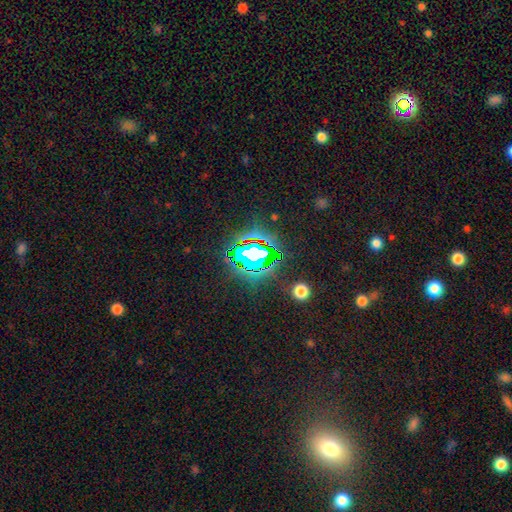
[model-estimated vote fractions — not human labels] This appears to be a star or artifact, not a galaxy (72%).